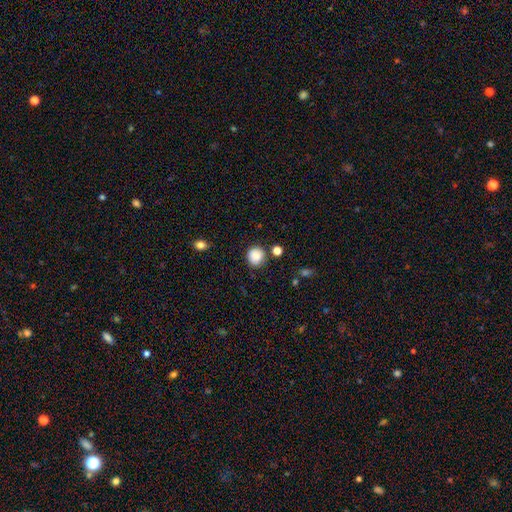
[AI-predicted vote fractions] The model was most divided on "merging": none: 82%, minor disturbance: 10%, merger: 5%, major disturbance: 3%. More confident: how rounded — round (87%); smooth or featured — smooth (86%).